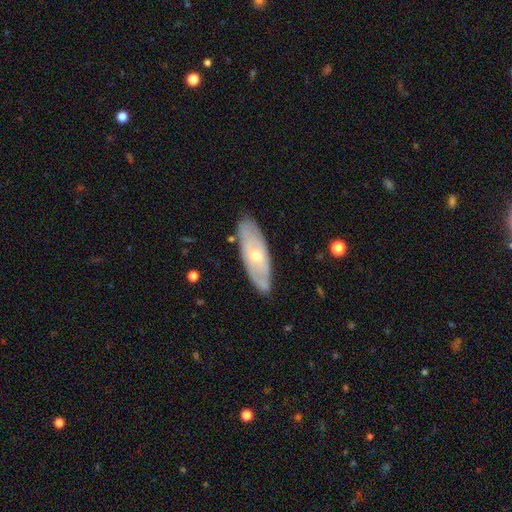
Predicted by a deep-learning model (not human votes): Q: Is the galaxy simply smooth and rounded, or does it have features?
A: featured or disk — 60%.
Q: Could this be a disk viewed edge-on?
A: no — 75%.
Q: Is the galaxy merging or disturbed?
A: none — 81%.